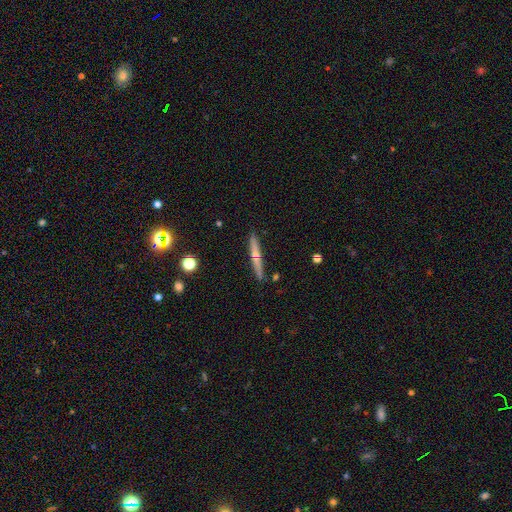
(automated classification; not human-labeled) Q: Smooth or featured?
A: featured or disk (56%); runner-up: smooth (36%)
Q: Edge-on disk?
A: yes (95%); runner-up: no (5%)
Q: Edge-on bulge?
A: rounded (76%); runner-up: none (22%)
Q: Merging?
A: none (88%); runner-up: minor disturbance (8%)